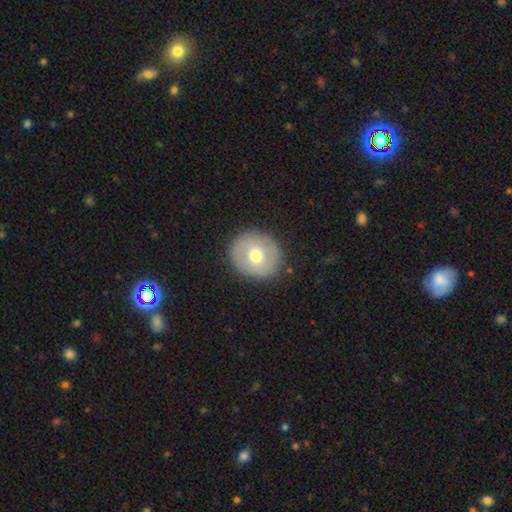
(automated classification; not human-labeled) This is possibly a smooth galaxy (58%). How rounded: clearly round (84%). Merging: clearly none (87%).